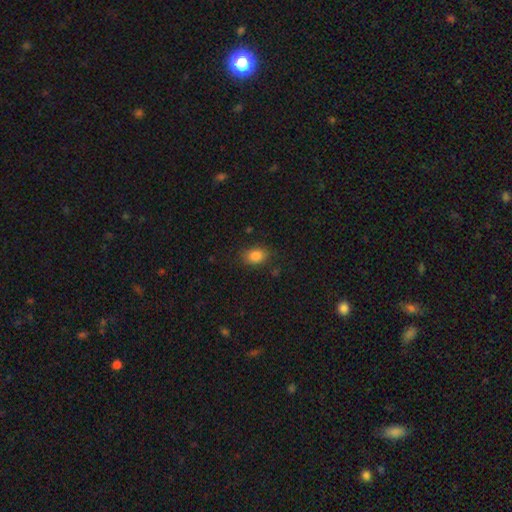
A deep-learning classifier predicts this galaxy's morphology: smooth-or-featured: smooth: 84% | star or artifact: 10% | featured or disk: 6%
  how-rounded: in between: 76% | round: 23% | cigar-shaped: 1%
  merging: none: 81% | minor disturbance: 14% | major disturbance: 3% | merger: 2%